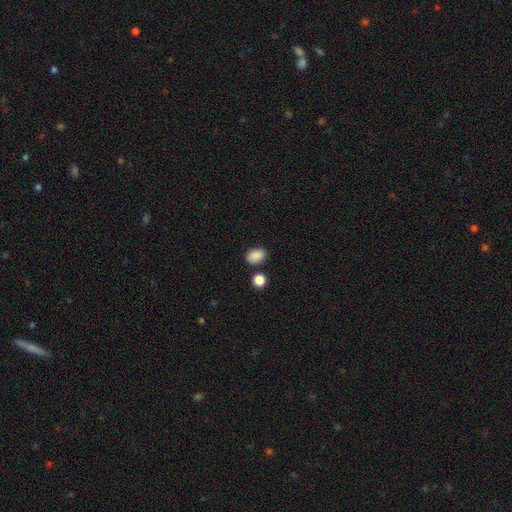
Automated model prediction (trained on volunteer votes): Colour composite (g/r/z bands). It shows a smooth galaxy with no disk features (88%) that is in between round and cigar-shaped (78%). Merging: none (79%).